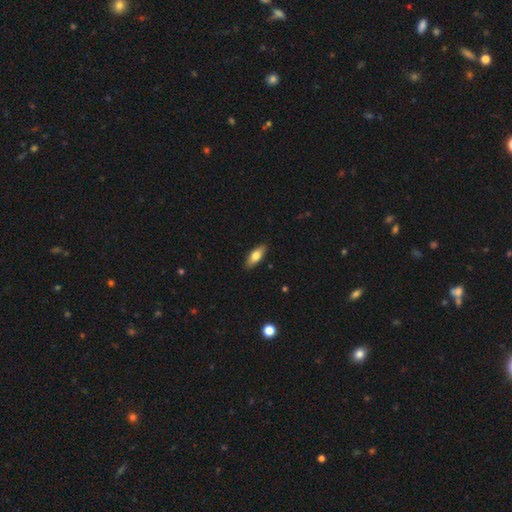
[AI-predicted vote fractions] The model was most divided on "how rounded": in between: 73%, cigar-shaped: 24%, round: 3%. More confident: merging — none (88%); smooth or featured — smooth (75%).